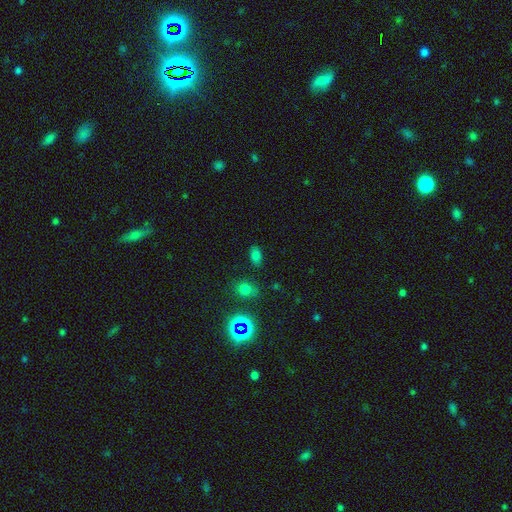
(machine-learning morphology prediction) type=smooth (72%); roundness=in between (87%); merging=none (81%).